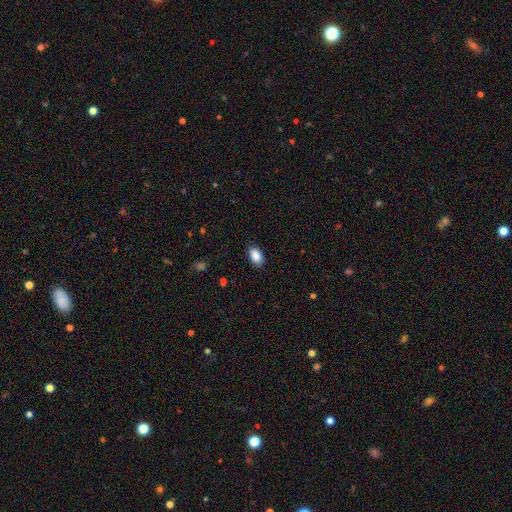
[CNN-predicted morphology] A smooth galaxy with no disk features (88%) that is in between round and cigar-shaped (92%).

Vote fractions:
- Smooth or featured? smooth: 88% / star or artifact: 7% / featured or disk: 4%
- How rounded? in between: 92% / round: 7% / cigar-shaped: 1%
- Merging? none: 88% / minor disturbance: 9% / major disturbance: 2% / merger: 1%